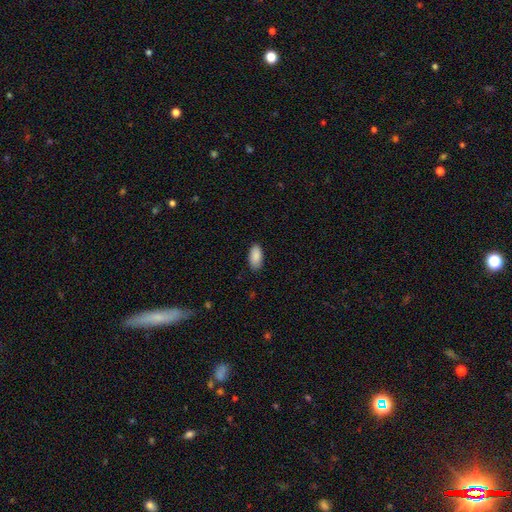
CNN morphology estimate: Smooth or featured: smooth — 90% (star or artifact — 6%)
How rounded: in between — 92% (cigar-shaped — 6%)
Merging: none — 85% (minor disturbance — 12%)